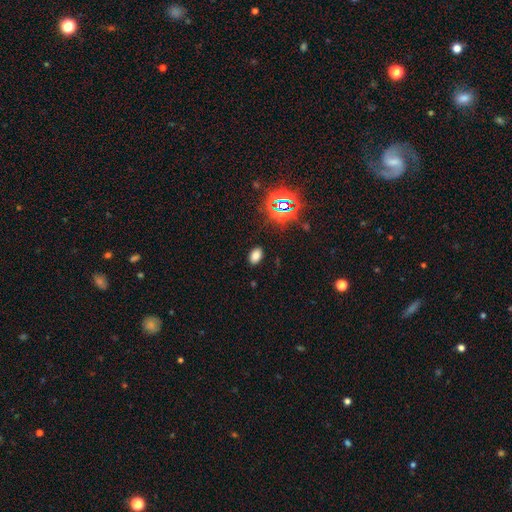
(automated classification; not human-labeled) Morphology: type=smooth (72%); roundness=in between (88%); merging=none (88%).